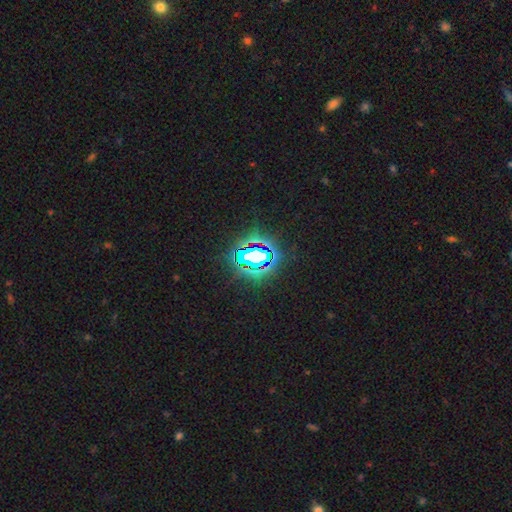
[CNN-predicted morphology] A star or artifact, not a galaxy (75%).

Vote fractions:
- Smooth or featured? star or artifact: 75% / smooth: 14% / featured or disk: 12%